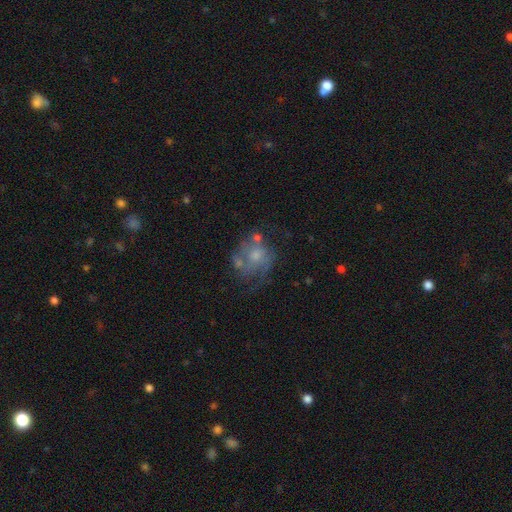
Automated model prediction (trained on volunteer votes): A featured or disk galaxy (54%) with no bar (82%), no spiral arms (54%) and a moderate central bulge (42%). Merging: none (38%).